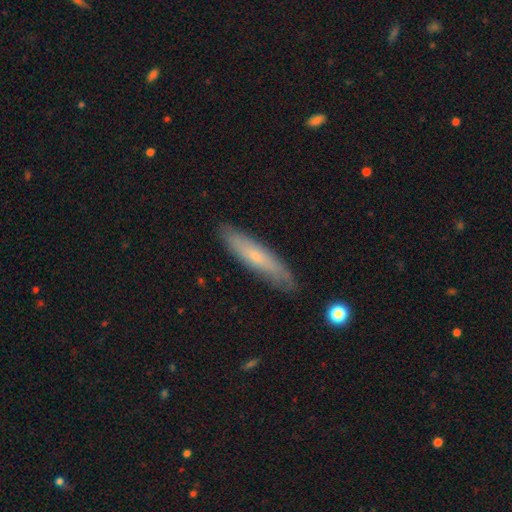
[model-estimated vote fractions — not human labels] The model was most divided on "smooth or featured": smooth: 56%, featured or disk: 37%, star or artifact: 6%. More confident: how rounded — cigar-shaped (86%); merging — none (83%).